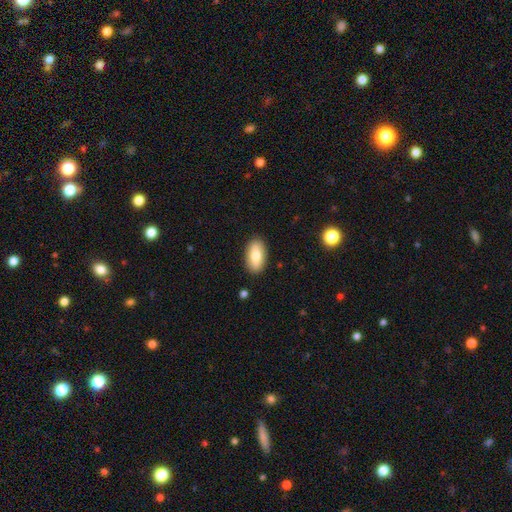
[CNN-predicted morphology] The model was most divided on "smooth or featured": smooth: 78%, featured or disk: 16%, star or artifact: 7%. More confident: how rounded — in between (92%); merging — none (88%).